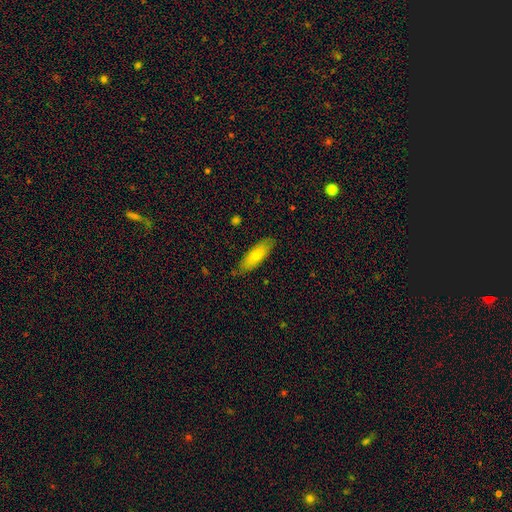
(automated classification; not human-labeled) smooth 71%, featured or disk 23%, star or artifact 6%. Down the decision tree: how rounded — in between (53%); merging — none (83%).